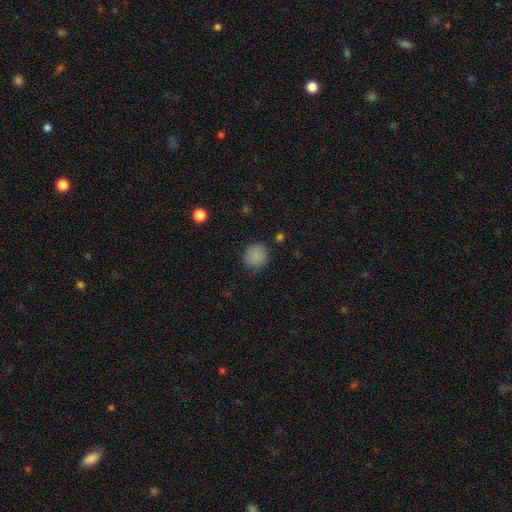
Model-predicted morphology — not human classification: Smooth or featured? smooth (86%)
How rounded? round (87%)
Merging? none (83%)